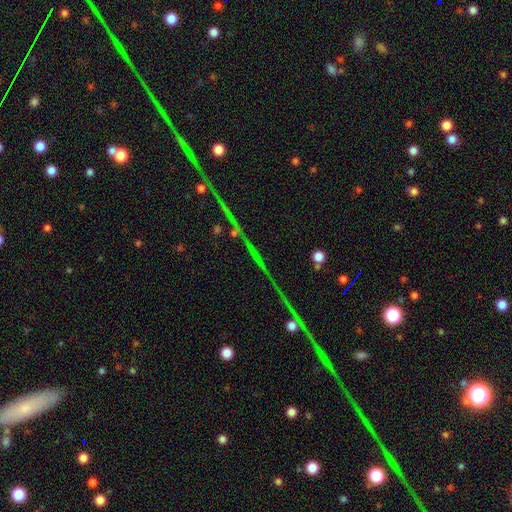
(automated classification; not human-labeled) A star or artifact, not a galaxy (70%).